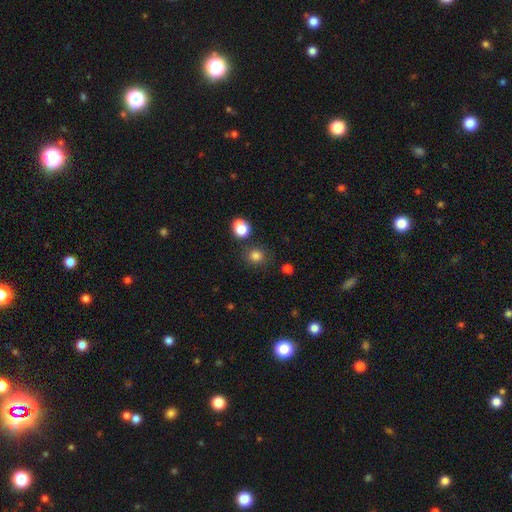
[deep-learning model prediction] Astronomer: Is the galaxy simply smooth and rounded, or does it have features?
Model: smooth — 81%.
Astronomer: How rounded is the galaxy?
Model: round — 84%.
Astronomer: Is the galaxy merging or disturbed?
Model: none — 77%.